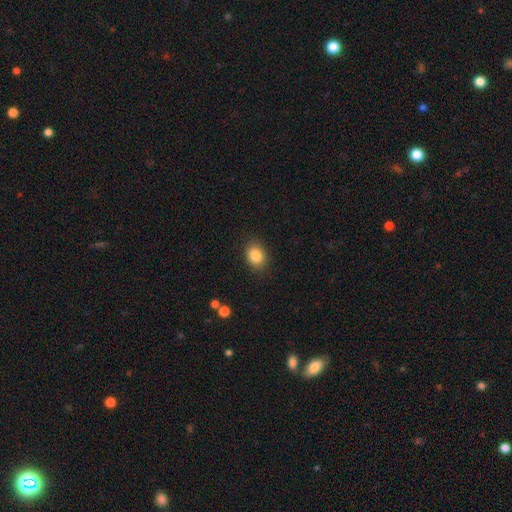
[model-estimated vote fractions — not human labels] Smooth or featured?
  - smooth: 84% *
  - star or artifact: 9%
  - featured or disk: 6%
How rounded?
  - in between: 59% *
  - round: 40%
  - cigar-shaped: 1%
Merging?
  - none: 87% *
  - minor disturbance: 9%
  - major disturbance: 2%
  - merger: 1%